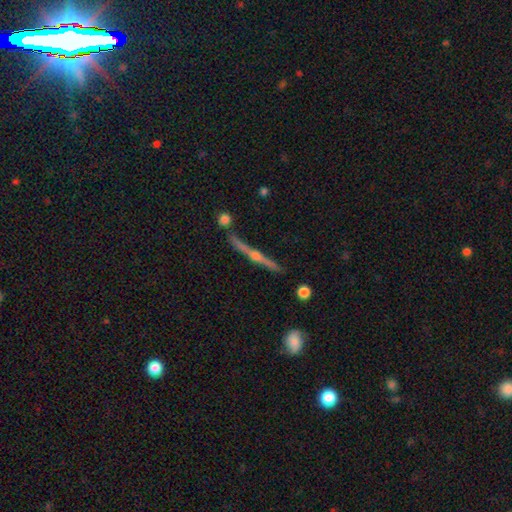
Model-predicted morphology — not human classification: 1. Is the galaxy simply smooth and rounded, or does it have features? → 79% featured or disk, 14% smooth, 7% star or artifact.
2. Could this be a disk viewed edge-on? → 97% yes, 3% no.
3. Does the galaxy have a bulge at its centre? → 89% rounded, 7% none, 5% boxy.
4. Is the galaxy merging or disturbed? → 81% none, 11% minor disturbance, 6% merger, 3% major disturbance.